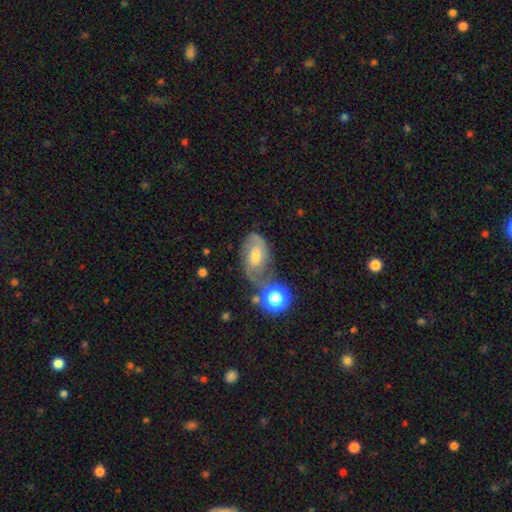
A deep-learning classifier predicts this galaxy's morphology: type=featured or disk (67%); edge-on=no (96%); bar=no (53%); spiral arms=yes (89%); winding=medium (48%); arm count=2 (74%); bulge=moderate (48%); merging=none (47%).